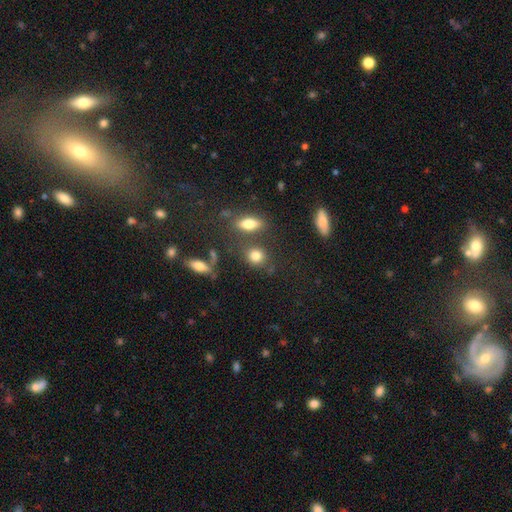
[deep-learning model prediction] Q: Smooth or featured?
A: smooth (80%); runner-up: star or artifact (12%)
Q: How rounded?
A: round (70%); runner-up: in between (27%)
Q: Merging?
A: none (67%); runner-up: merger (14%)